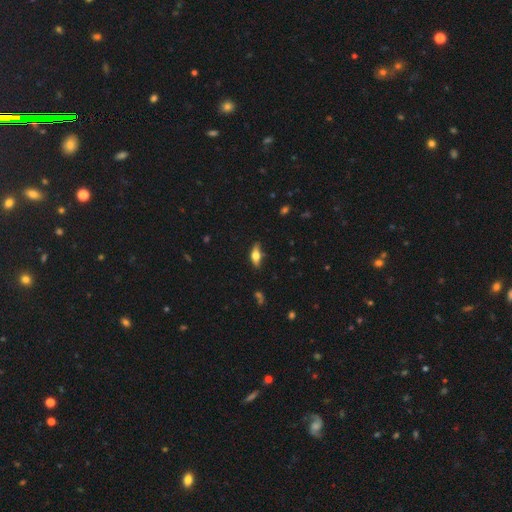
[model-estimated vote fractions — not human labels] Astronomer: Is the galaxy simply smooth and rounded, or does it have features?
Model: smooth — 53% (runner-up: featured or disk, 39%).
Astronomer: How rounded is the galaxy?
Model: in between — 67%.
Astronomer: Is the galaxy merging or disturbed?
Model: none — 75%.